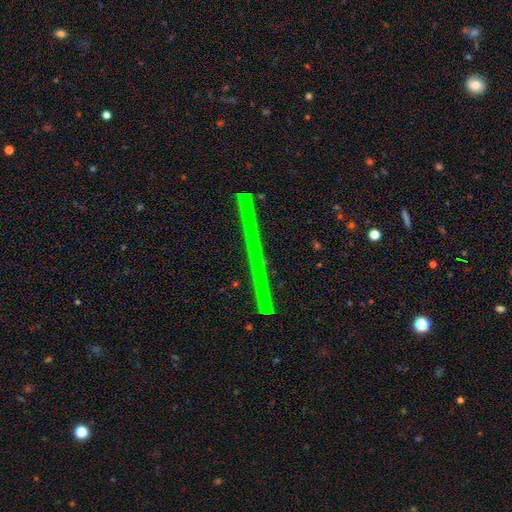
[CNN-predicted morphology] This is likely a star or artifact rather than a galaxy (69%).